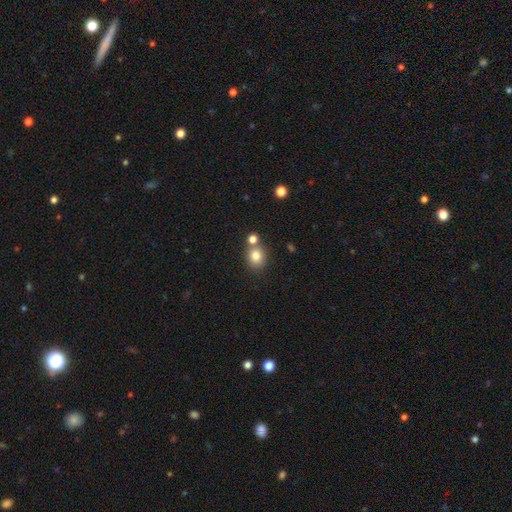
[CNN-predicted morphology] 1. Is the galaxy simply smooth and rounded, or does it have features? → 81% smooth, 11% star or artifact, 8% featured or disk.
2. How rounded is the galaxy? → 72% round, 27% in between, 1% cigar-shaped.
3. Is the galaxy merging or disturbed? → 64% none, 23% merger, 10% minor disturbance, 3% major disturbance.